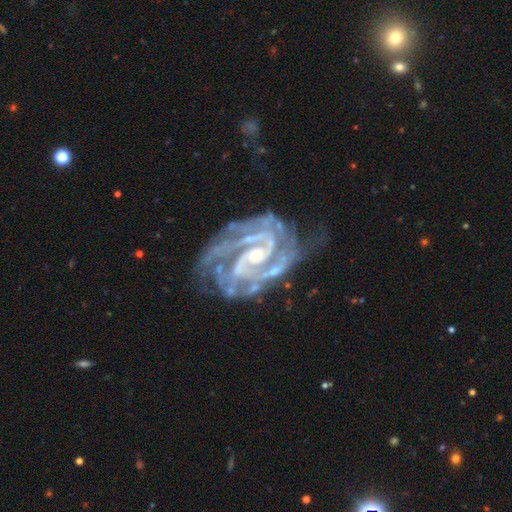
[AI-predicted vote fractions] smooth-or-featured: featured or disk: 92% | star or artifact: 5% | smooth: 3%
  disk-edge-on: no: 97% | yes: 3%
    bar: weak: 42% | no: 35% | strong: 23%
    has-spiral-arms: yes: 98% | no: 2%
      spiral-winding: tight: 59% | medium: 35% | loose: 6%
      spiral-arm-count: 2: 54% | 3: 18% | can't tell: 13% | 4: 6% | more than 4: 5% | 1: 5%
    bulge-size: small: 55% | moderate: 39% | none: 3% | large: 2% | dominant: 1%
  merging: none: 60% | minor disturbance: 23% | major disturbance: 14% | merger: 3%